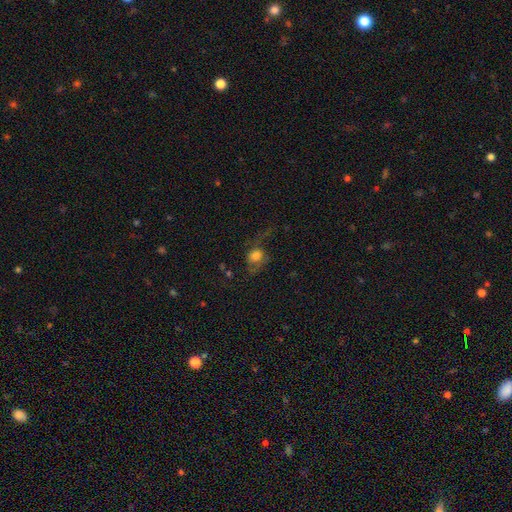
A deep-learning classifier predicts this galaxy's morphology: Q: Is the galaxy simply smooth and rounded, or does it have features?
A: smooth — 59%.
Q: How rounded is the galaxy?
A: round — 57%.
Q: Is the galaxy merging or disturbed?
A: major disturbance — 43%.